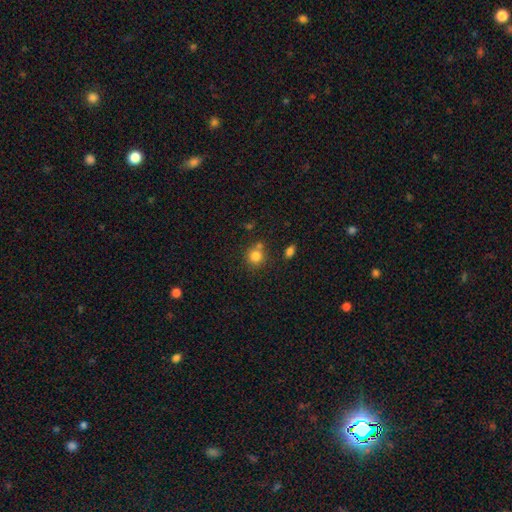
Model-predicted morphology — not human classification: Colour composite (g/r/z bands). It shows a smooth galaxy with no disk features (82%) that is round (87%). Merging: none (67%).